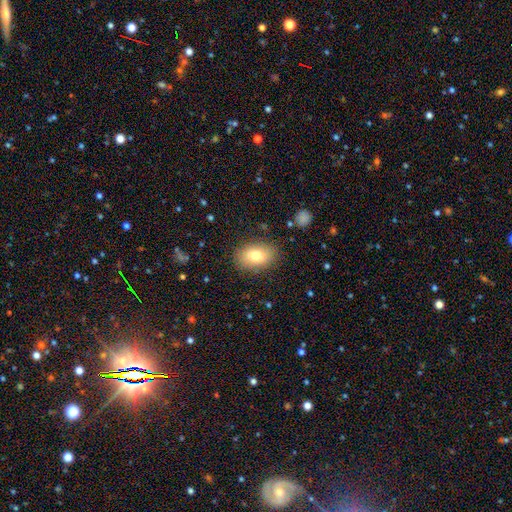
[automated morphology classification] Smooth or featured: smooth — 78% (featured or disk — 14%)
How rounded: in between — 86% (round — 13%)
Merging: none — 84% (minor disturbance — 11%)